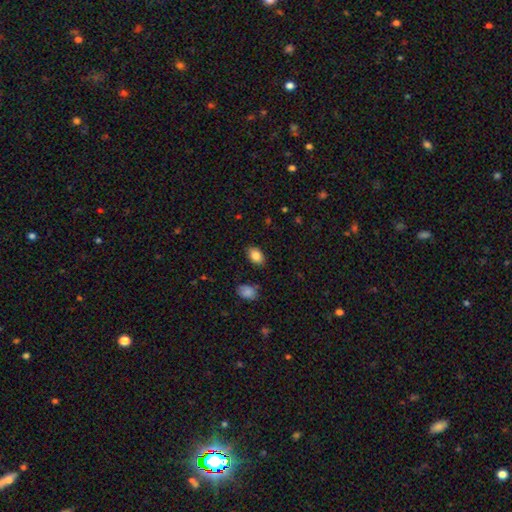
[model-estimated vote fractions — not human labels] Smooth or featured: smooth — 86% (star or artifact — 8%)
How rounded: in between — 86% (round — 13%)
Merging: none — 84% (minor disturbance — 12%)